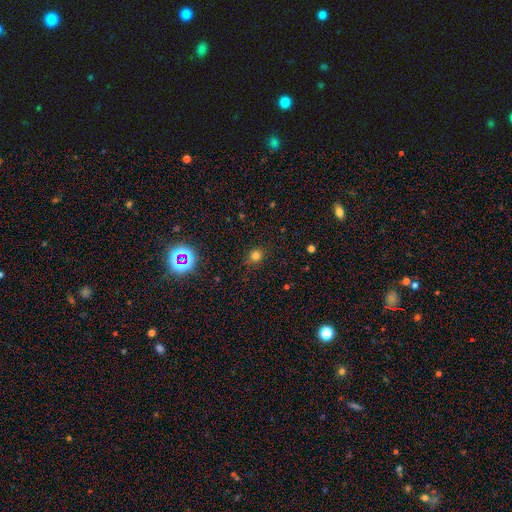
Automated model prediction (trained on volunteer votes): A smooth galaxy with no disk features (74%) that is round (84%).

Vote fractions:
- Smooth or featured? smooth: 74% / star or artifact: 20% / featured or disk: 6%
- How rounded? round: 84% / in between: 15% / cigar-shaped: 1%
- Merging? none: 83% / minor disturbance: 12% / major disturbance: 4% / merger: 1%